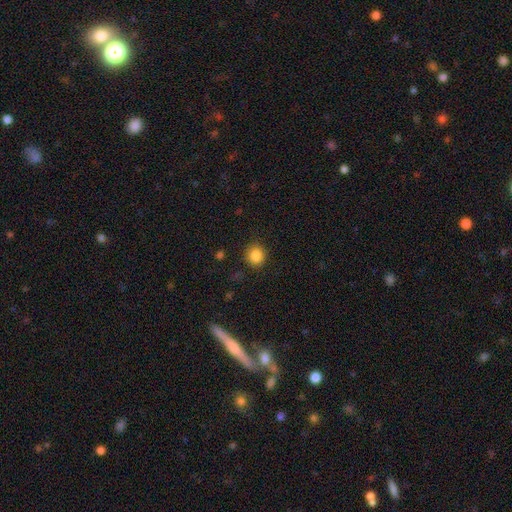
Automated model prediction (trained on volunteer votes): This appears to be a smooth galaxy with no disk features (86%) that is round (89%). Merging: none (88%).